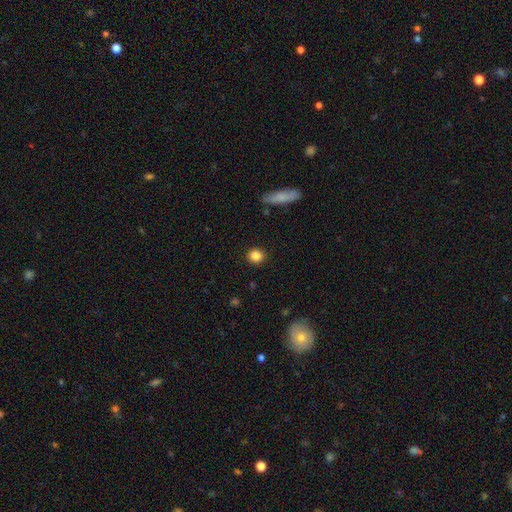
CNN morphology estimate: A smooth galaxy with no disk features (86%) that is round (84%).

Vote fractions:
- Smooth or featured? smooth: 86% / star or artifact: 10% / featured or disk: 4%
- How rounded? round: 84% / in between: 14% / cigar-shaped: 1%
- Merging? none: 90% / minor disturbance: 6% / major disturbance: 2% / merger: 1%